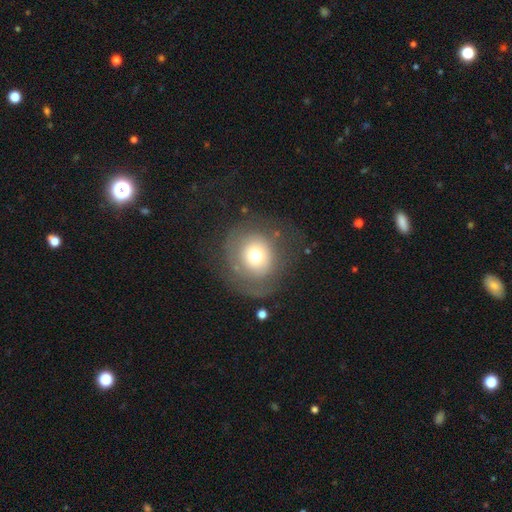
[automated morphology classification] This is possibly a smooth galaxy (60%). How rounded: clearly round (88%). Merging: likely none (63%).